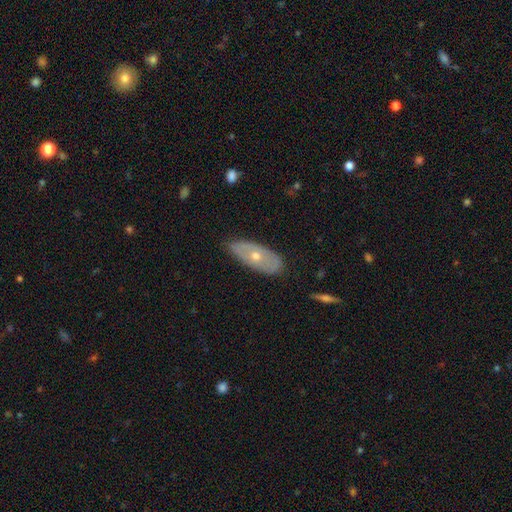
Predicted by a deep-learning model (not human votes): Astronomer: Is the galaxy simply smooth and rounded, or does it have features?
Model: featured or disk — 50% (runner-up: smooth, 43%).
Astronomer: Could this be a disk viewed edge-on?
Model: no — 75%.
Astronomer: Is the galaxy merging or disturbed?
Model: none — 80%.